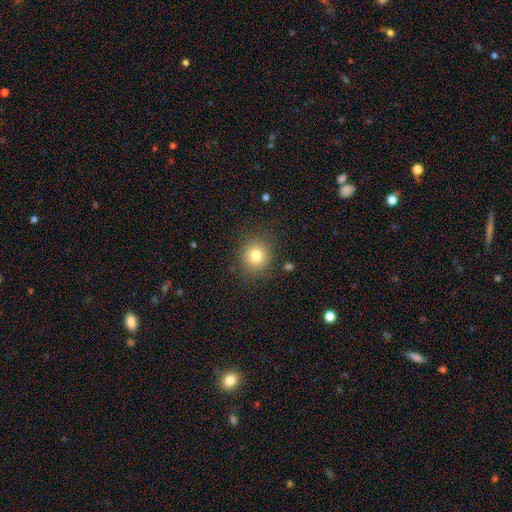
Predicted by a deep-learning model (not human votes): smooth 79%, star or artifact 12%, featured or disk 9%. Down the decision tree: how rounded — round (87%); merging — none (85%).